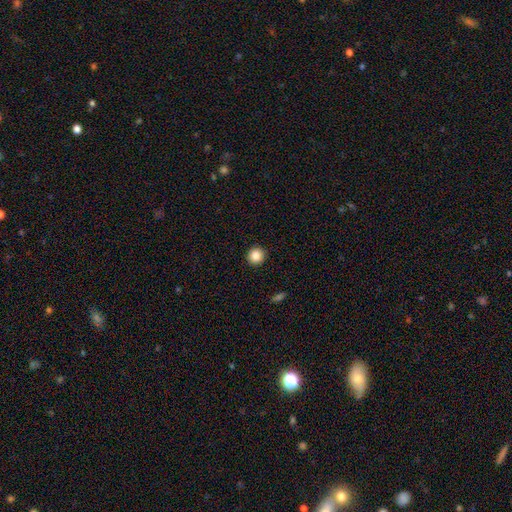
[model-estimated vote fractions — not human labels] Smooth or featured: smooth — 86% (star or artifact — 10%)
How rounded: round — 93% (in between — 6%)
Merging: none — 92% (minor disturbance — 5%)